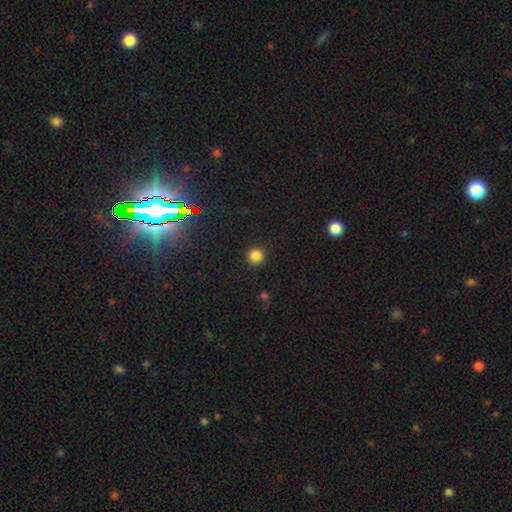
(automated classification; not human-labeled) This appears to be a smooth galaxy with no disk features (84%) that is round (95%). Merging: none (92%).